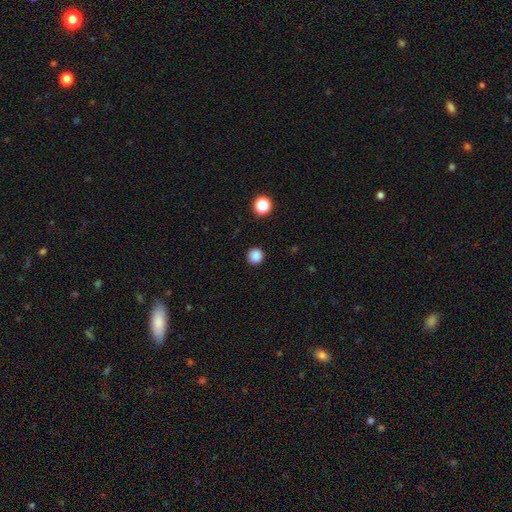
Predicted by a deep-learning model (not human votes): Morphology: type=smooth (86%); roundness=round (95%); merging=none (92%).